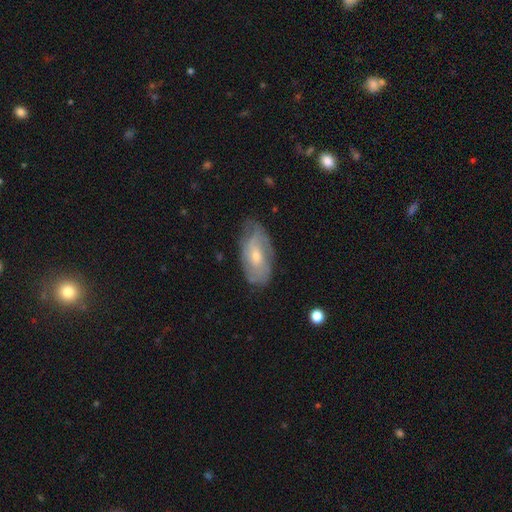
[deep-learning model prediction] The model was most divided on "bulge size": small: 48%, moderate: 47%, none: 2%, large: 2%, dominant: 1%. More confident: edge-on disk — no (91%); spiral arms — yes (76%); merging — none (69%); smooth or featured — featured or disk (61%); bar — no (58%).